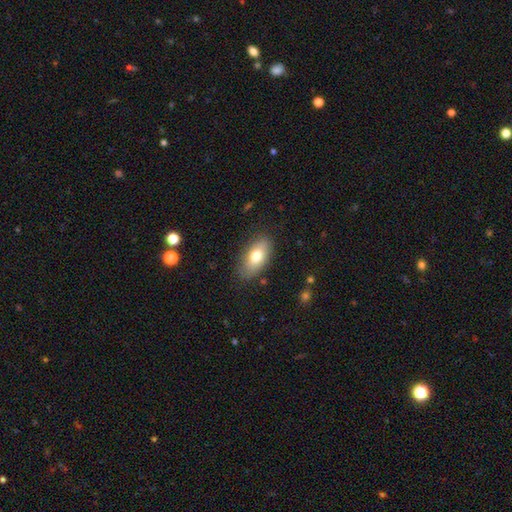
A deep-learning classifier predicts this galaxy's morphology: This appears to be a smooth galaxy with no disk features (73%) that is in between round and cigar-shaped (90%). Merging: none (83%).